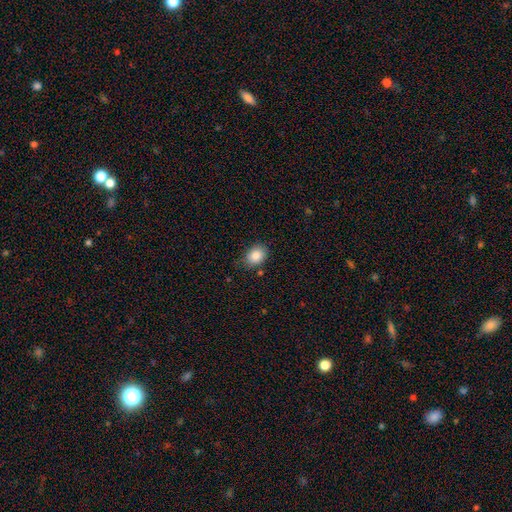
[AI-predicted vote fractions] Smooth or featured: smooth — 87% (star or artifact — 8%)
How rounded: in between — 66% (round — 33%)
Merging: none — 77% (minor disturbance — 17%)